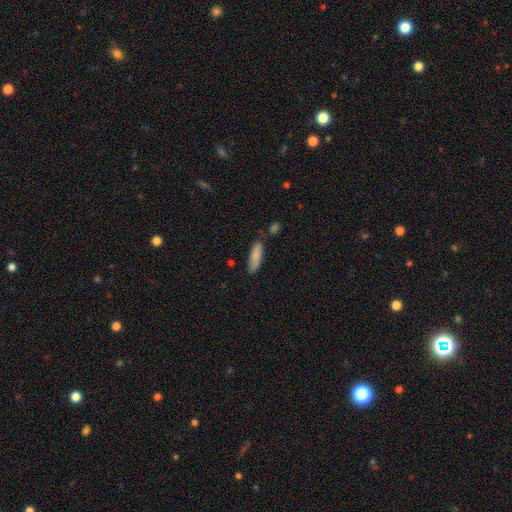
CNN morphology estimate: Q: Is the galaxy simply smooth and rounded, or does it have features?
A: smooth — 84%.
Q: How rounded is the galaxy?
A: cigar-shaped — 56%.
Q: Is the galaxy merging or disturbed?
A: none — 70%.